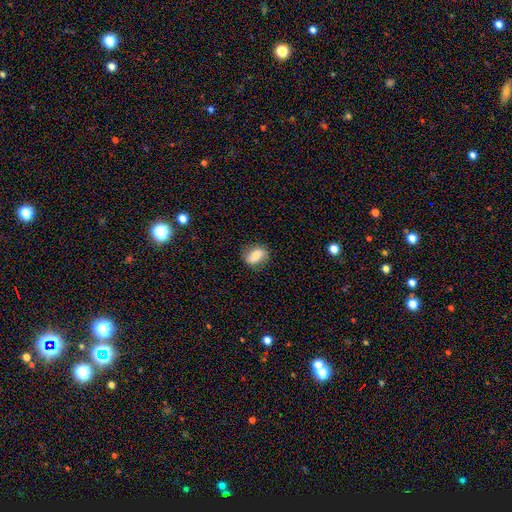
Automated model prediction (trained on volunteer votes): Smooth or featured? Predicted: smooth (p=0.68). How rounded? Predicted: in between (p=0.76). Merging? Predicted: none (p=0.77).